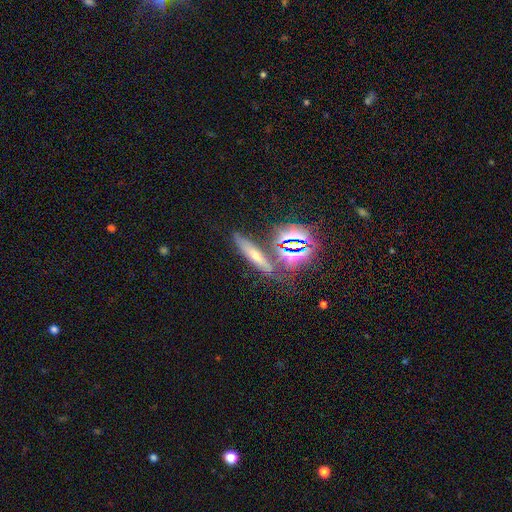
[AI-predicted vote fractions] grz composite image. It shows a star or artifact, not a galaxy (40%).